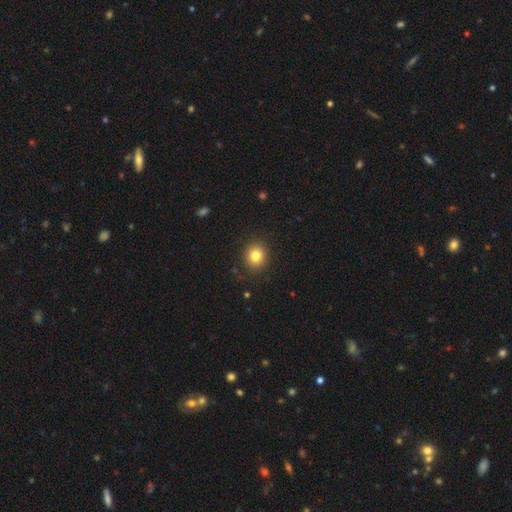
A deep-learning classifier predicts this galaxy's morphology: Smooth or featured: smooth — 81% (star or artifact — 11%)
How rounded: round — 82% (in between — 17%)
Merging: none — 88% (minor disturbance — 8%)